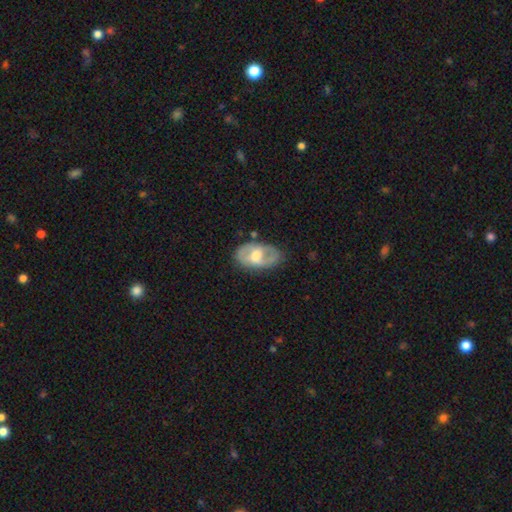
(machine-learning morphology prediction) featured or disk 63%, smooth 32%, star or artifact 5%. Down the decision tree: edge-on disk — no (93%); bar — weak (45%); spiral arms — yes (62%); bulge size — moderate (60%); merging — none (73%).